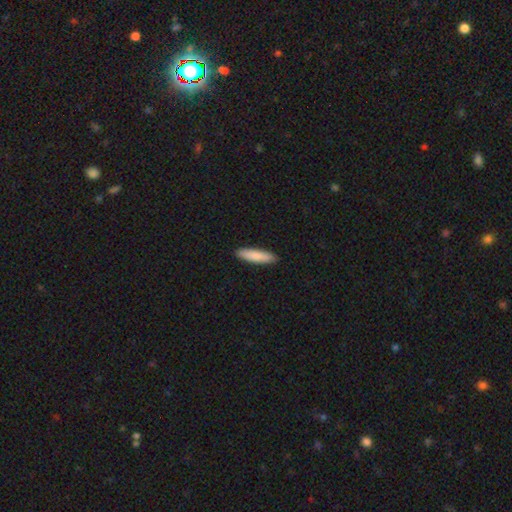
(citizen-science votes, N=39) This appears to be a smooth galaxy with no disk features (82%) that is cigar-shaped (66%). Merging: none (86%).